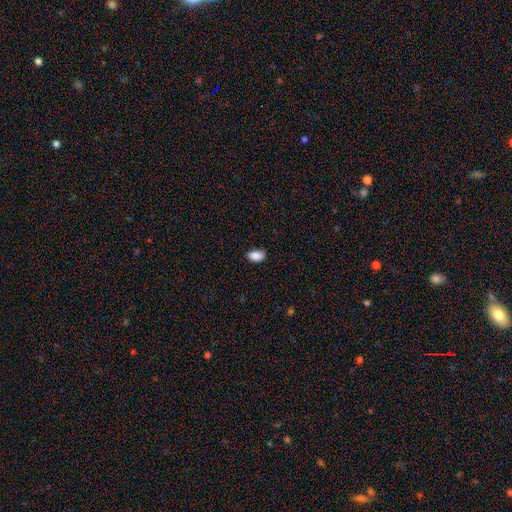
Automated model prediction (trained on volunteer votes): A smooth galaxy with no disk features (89%) that is in between round and cigar-shaped (91%).

Vote fractions:
- Smooth or featured? smooth: 89% / star or artifact: 8% / featured or disk: 3%
- How rounded? in between: 91% / round: 7% / cigar-shaped: 2%
- Merging? none: 82% / minor disturbance: 15% / major disturbance: 2% / merger: 1%